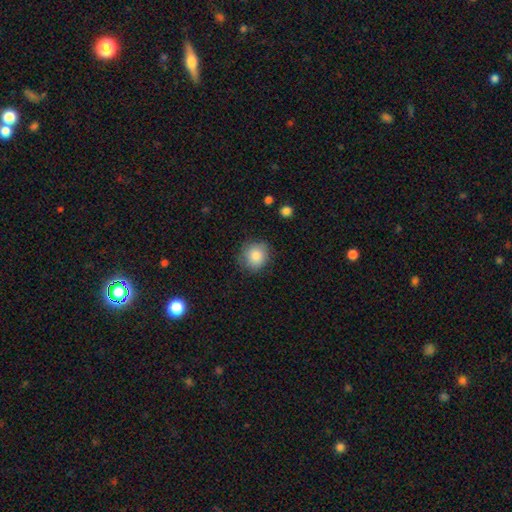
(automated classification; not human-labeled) This is clearly a smooth galaxy (84%). How rounded: clearly round (86%). Merging: clearly none (82%).